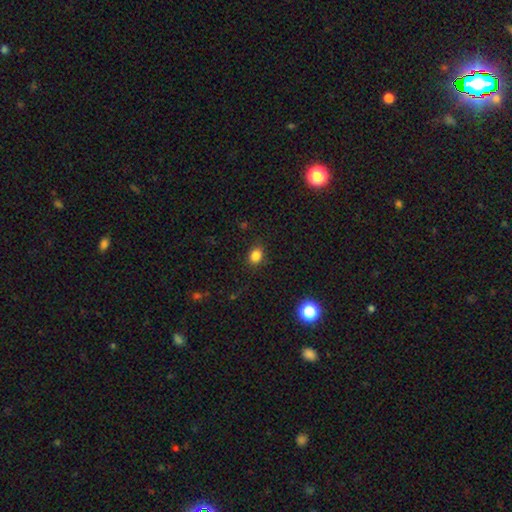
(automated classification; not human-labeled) Overall: smooth (84%). How rounded: in between (55%; round 44%). Merging: none (85%).